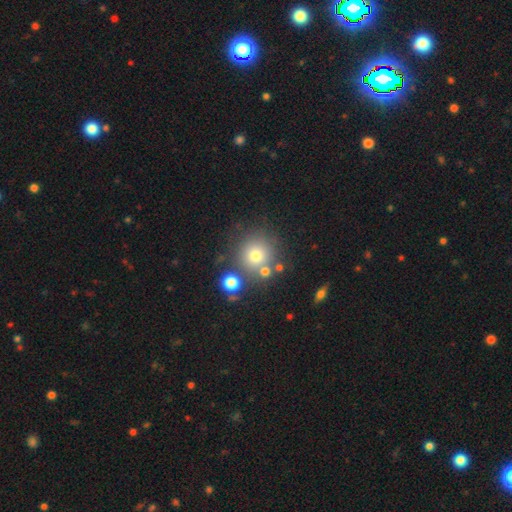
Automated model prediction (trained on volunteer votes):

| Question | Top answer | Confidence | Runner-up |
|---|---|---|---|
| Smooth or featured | smooth | 73% | star or artifact (15%) |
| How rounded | round | 93% | in between (6%) |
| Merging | none | 70% | merger (15%) |